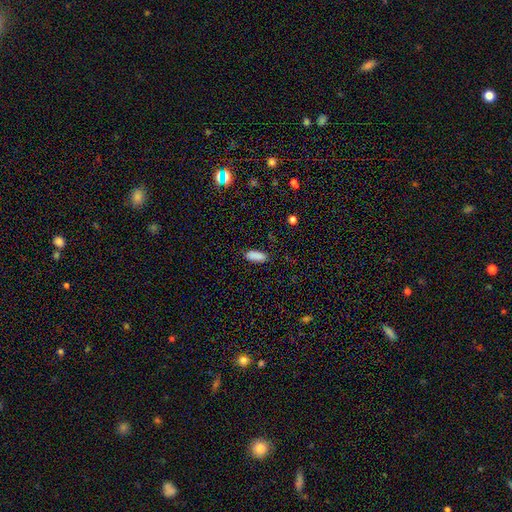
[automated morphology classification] smooth 88%, star or artifact 8%, featured or disk 4%. Down the decision tree: how rounded — in between (77%); merging — none (87%).